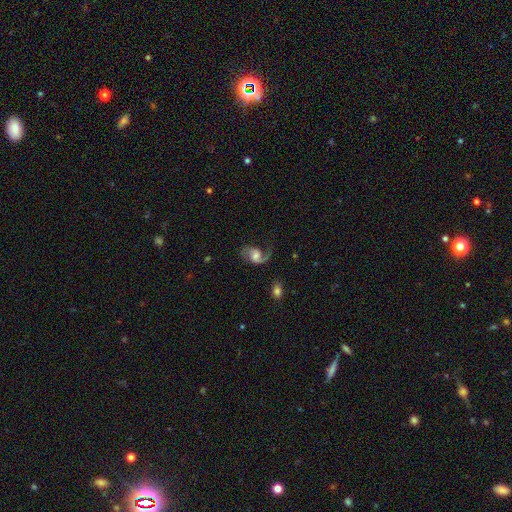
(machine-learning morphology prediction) Q: Smooth or featured?
A: featured or disk (80%); runner-up: smooth (14%)
Q: Edge-on disk?
A: no (97%); runner-up: yes (3%)
Q: Bar?
A: no (56%); runner-up: weak (36%)
Q: Spiral arms?
A: yes (95%); runner-up: no (5%)
Q: Spiral winding?
A: loose (53%); runner-up: medium (37%)
Q: Spiral arm count?
A: 2 (62%); runner-up: 1 (33%)
Q: Bulge size?
A: moderate (52%); runner-up: small (33%)
Q: Merging?
A: none (54%); runner-up: major disturbance (24%)